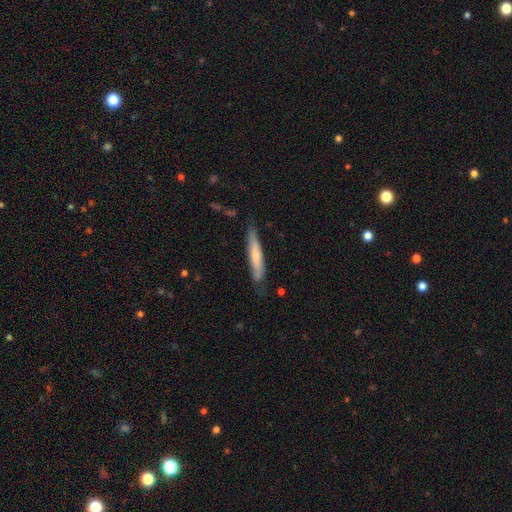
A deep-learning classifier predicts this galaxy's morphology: type=smooth (63%); roundness=cigar-shaped (91%); merging=none (74%).